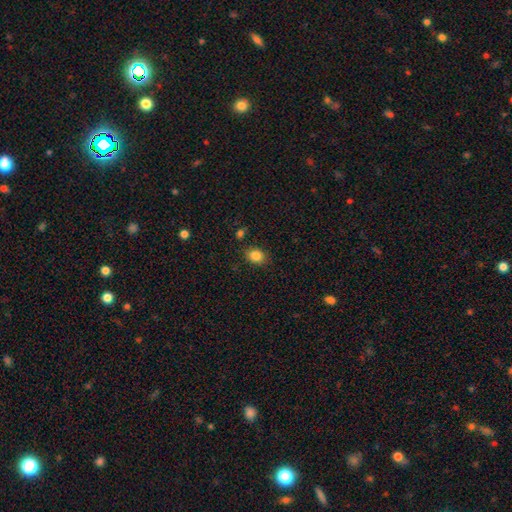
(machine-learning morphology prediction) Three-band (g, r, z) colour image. It shows a smooth galaxy with no disk features (85%) that is in between round and cigar-shaped (60%). Merging: none (82%).